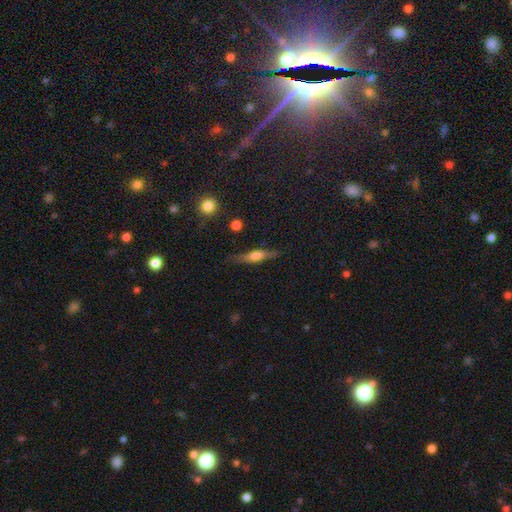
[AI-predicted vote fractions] Smooth or featured: featured or disk — 53% (smooth — 40%)
Edge-on disk: yes — 93% (no — 7%)
Merging: none — 81% (minor disturbance — 14%)